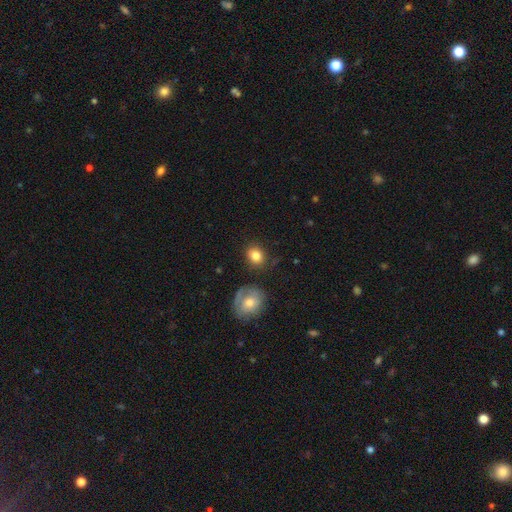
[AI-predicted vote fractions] Smooth or featured?
  - smooth: 83% *
  - star or artifact: 9%
  - featured or disk: 8%
How rounded?
  - round: 56% *
  - in between: 42%
  - cigar-shaped: 1%
Merging?
  - none: 78% *
  - minor disturbance: 14%
  - merger: 4%
  - major disturbance: 4%